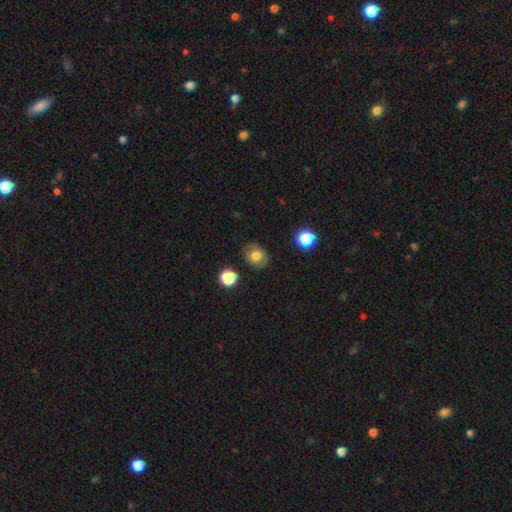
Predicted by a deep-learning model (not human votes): A smooth galaxy with no disk features (77%) that is round (54%).

Vote fractions:
- Smooth or featured? smooth: 77% / featured or disk: 12% / star or artifact: 11%
- How rounded? round: 54% / in between: 45% / cigar-shaped: 1%
- Merging? none: 83% / minor disturbance: 12% / major disturbance: 3% / merger: 2%